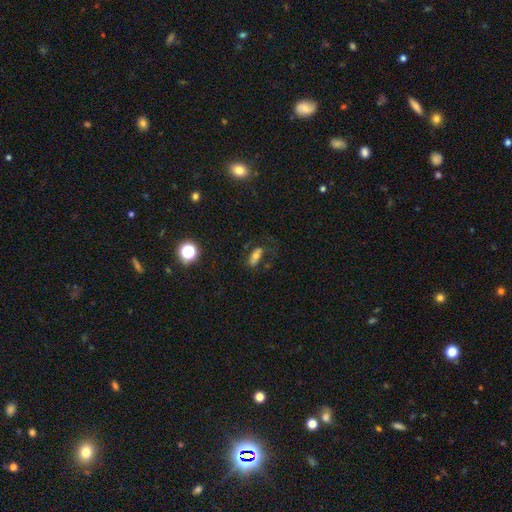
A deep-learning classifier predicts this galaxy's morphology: This appears to be a smooth galaxy with no disk features (60%) that is in between round and cigar-shaped (83%). Merging: none (55%).